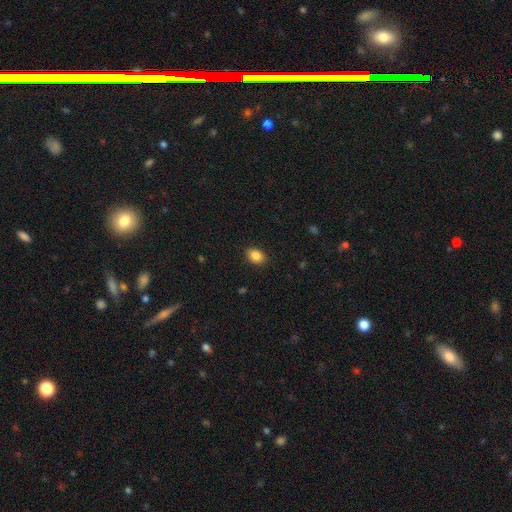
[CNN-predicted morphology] smooth-or-featured: smooth: 87% | star or artifact: 9% | featured or disk: 5%
  how-rounded: in between: 70% | round: 29% | cigar-shaped: 1%
  merging: none: 88% | minor disturbance: 8% | major disturbance: 2% | merger: 1%